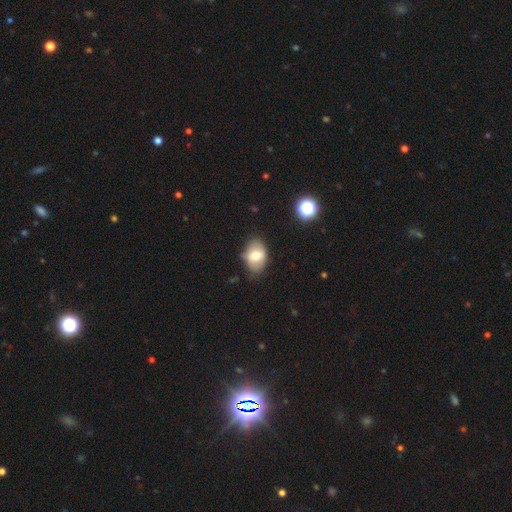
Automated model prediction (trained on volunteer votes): smooth_or_featured: smooth (p=0.71) [alt: featured or disk p=0.20]
how_rounded: in between (p=0.83) [alt: round p=0.16]
merging: none (p=0.68) [alt: minor disturbance p=0.24]